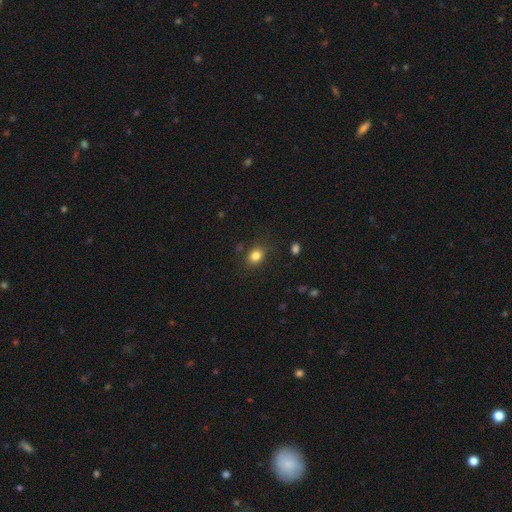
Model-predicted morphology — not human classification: The model was most divided on "how rounded": in between: 54%, round: 45%, cigar-shaped: 1%. More confident: smooth or featured — smooth (82%); merging — none (81%).